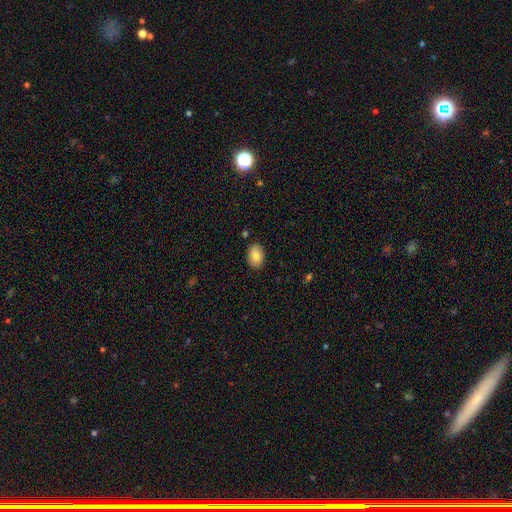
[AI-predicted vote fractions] The model was most divided on "how rounded": in between: 83%, round: 16%, cigar-shaped: 1%. More confident: merging — none (87%); smooth or featured — smooth (84%).